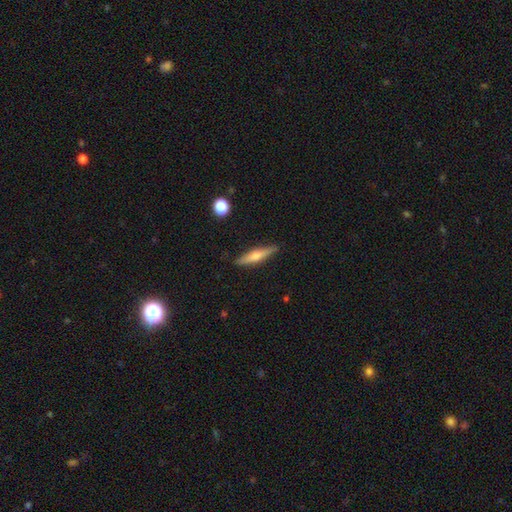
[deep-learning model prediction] Overall: featured or disk (53%; smooth 40%). Edge-on disk: yes (96%). Edge-on bulge: rounded (82%). Merging: none (88%).